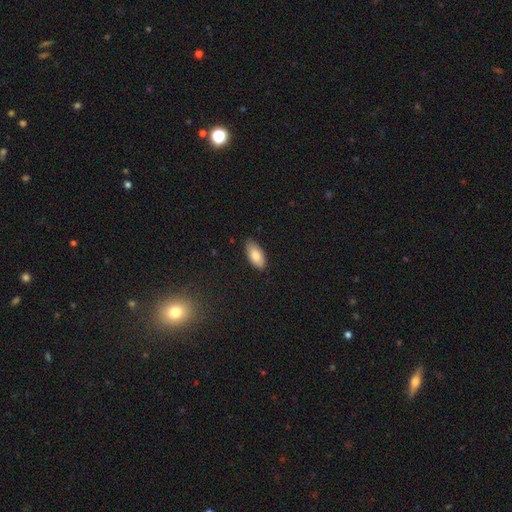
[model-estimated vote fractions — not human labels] Overall: smooth (83%). How rounded: in between (93%). Merging: none (81%).